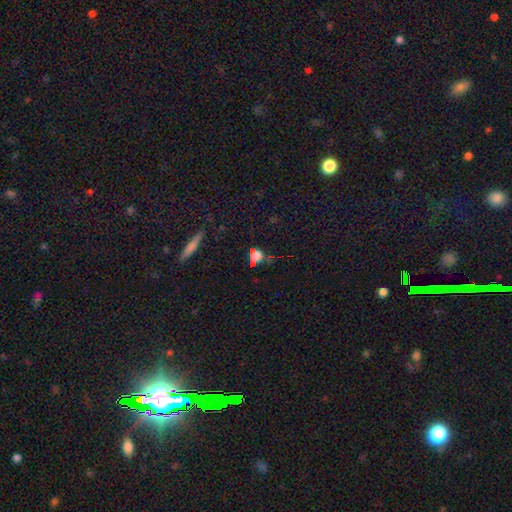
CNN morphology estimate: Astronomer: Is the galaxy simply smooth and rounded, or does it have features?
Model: smooth — 59%.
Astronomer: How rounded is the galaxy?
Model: round — 67%.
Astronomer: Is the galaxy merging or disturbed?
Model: none — 71%.